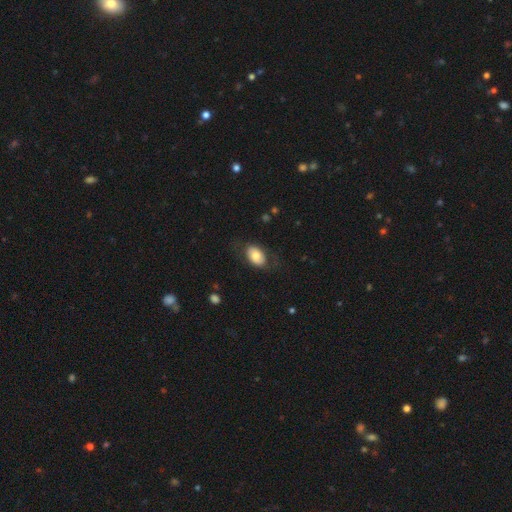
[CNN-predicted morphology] smooth_or_featured: smooth (p=0.71) [alt: featured or disk p=0.23]
how_rounded: in between (p=0.88) [alt: round p=0.11]
merging: none (p=0.73) [alt: minor disturbance p=0.17]